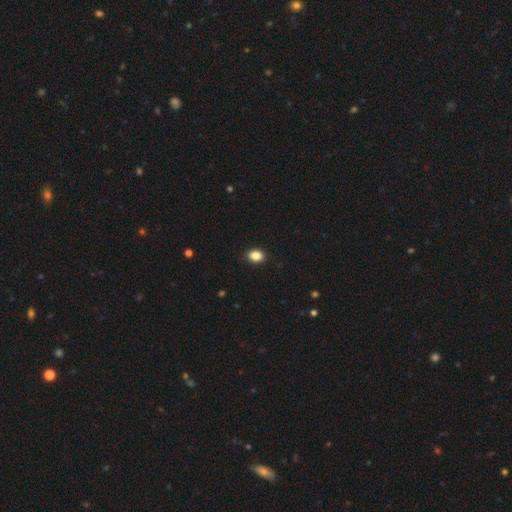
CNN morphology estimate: Q: Smooth or featured?
A: smooth (86%); runner-up: star or artifact (10%)
Q: How rounded?
A: in between (59%); runner-up: round (40%)
Q: Merging?
A: none (90%); runner-up: minor disturbance (8%)